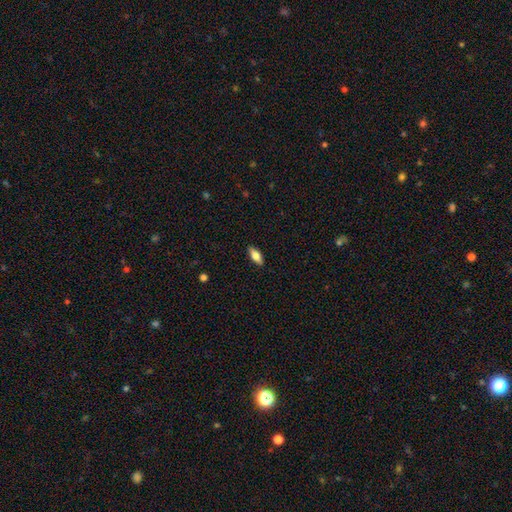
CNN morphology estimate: smooth_or_featured: smooth (p=0.69) [alt: featured or disk p=0.24]
how_rounded: in between (p=0.74) [alt: cigar-shaped p=0.23]
merging: none (p=0.88) [alt: minor disturbance p=0.09]